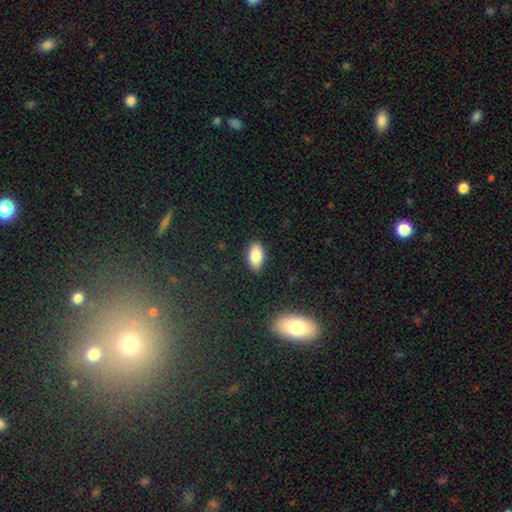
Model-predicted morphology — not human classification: Smooth or featured?
  - smooth: 82% *
  - featured or disk: 10%
  - star or artifact: 8%
How rounded?
  - in between: 92% *
  - cigar-shaped: 4%
  - round: 3%
Merging?
  - none: 88% *
  - minor disturbance: 9%
  - major disturbance: 2%
  - merger: 1%